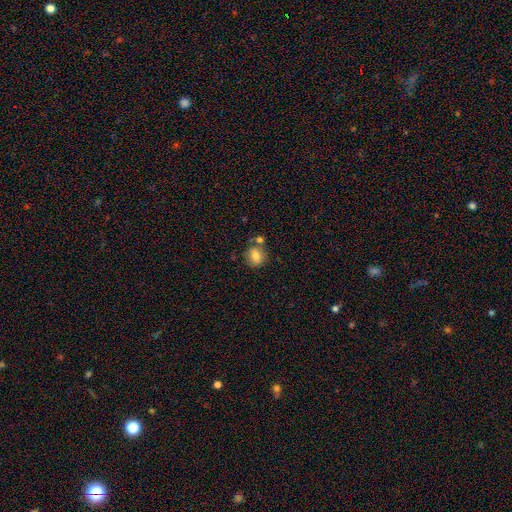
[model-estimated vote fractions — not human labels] Smooth or featured? smooth (78%)
How rounded? round (73%)
Merging? none (64%)